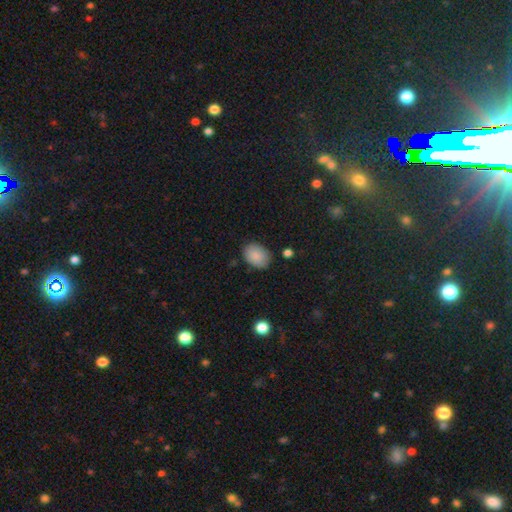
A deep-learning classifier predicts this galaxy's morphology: type=smooth (88%); roundness=in between (78%); merging=none (80%).